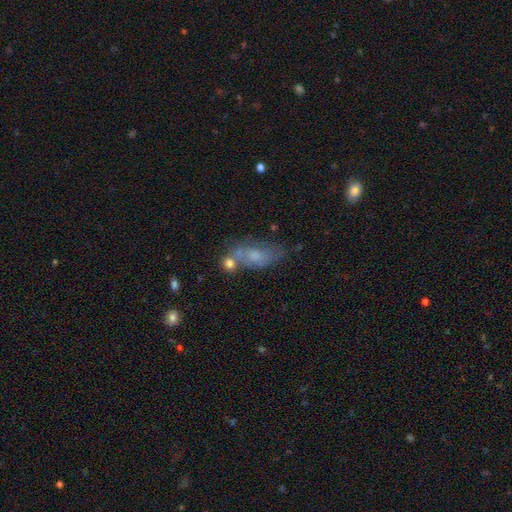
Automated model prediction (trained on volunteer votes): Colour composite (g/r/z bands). It shows a smooth galaxy with no disk features (58%) that is in between round and cigar-shaped (82%). Merging: none (39%).